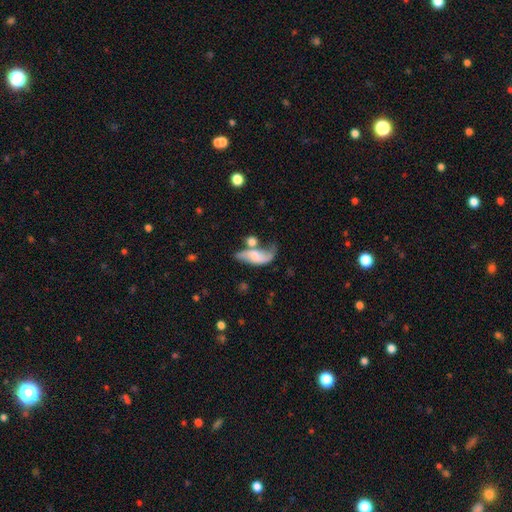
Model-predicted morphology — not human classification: A featured or disk galaxy (50%).

Vote fractions:
- Smooth or featured? featured or disk: 50% / smooth: 42% / star or artifact: 8%
- Merging? merger: 32% / none: 27% / major disturbance: 22% / minor disturbance: 18%